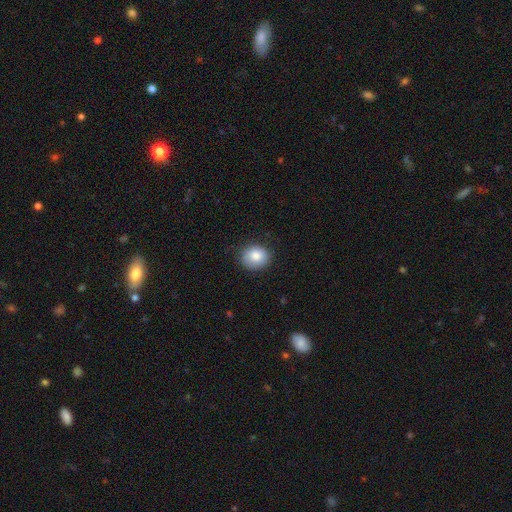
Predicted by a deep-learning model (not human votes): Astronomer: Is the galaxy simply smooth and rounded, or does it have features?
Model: smooth — 84%.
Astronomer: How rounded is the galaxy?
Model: round — 72%.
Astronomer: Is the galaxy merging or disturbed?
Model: none — 81%.